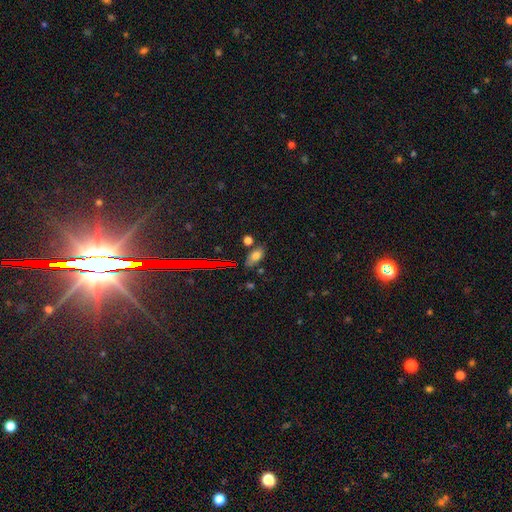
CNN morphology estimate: Smooth or featured? smooth (74%)
How rounded? in between (87%)
Merging? none (68%)